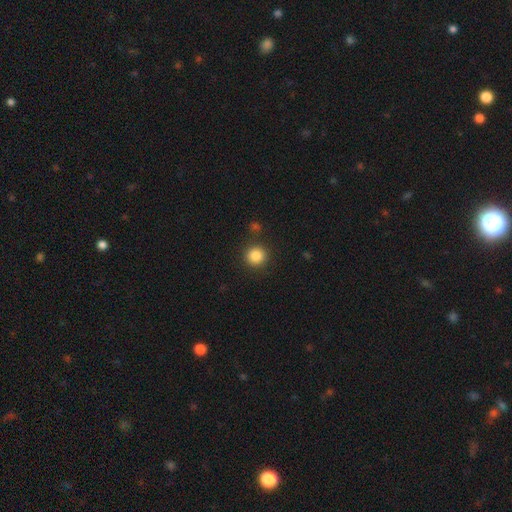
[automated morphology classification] The model was most divided on "smooth or featured": smooth: 85%, star or artifact: 10%, featured or disk: 4%. More confident: how rounded — round (92%); merging — none (87%).